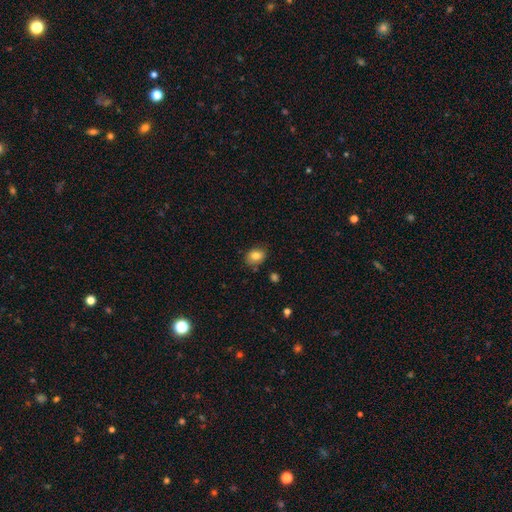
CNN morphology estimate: Q: Smooth or featured?
A: smooth (82%); runner-up: star or artifact (9%)
Q: How rounded?
A: in between (61%); runner-up: round (38%)
Q: Merging?
A: none (79%); runner-up: minor disturbance (15%)